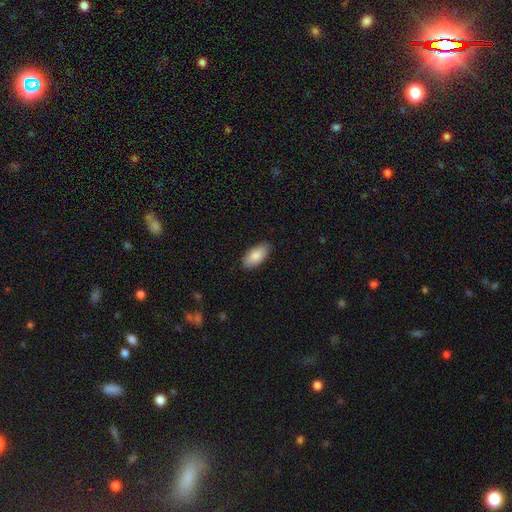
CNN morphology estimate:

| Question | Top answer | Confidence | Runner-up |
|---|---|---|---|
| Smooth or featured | smooth | 88% | featured or disk (7%) |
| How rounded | in between | 94% | cigar-shaped (4%) |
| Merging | none | 86% | minor disturbance (11%) |